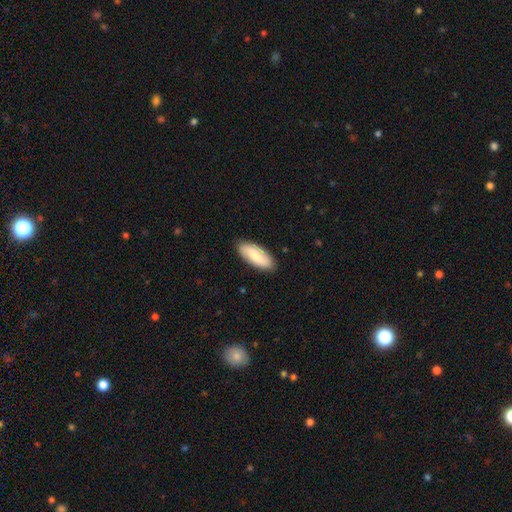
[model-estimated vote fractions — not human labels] Smooth or featured? smooth (68%)
How rounded? in between (83%)
Merging? none (87%)